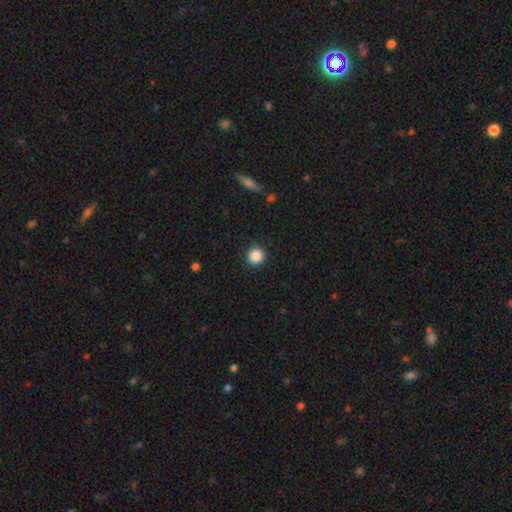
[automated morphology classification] This appears to be a smooth galaxy with no disk features (87%) that is round (94%). Merging: none (91%).